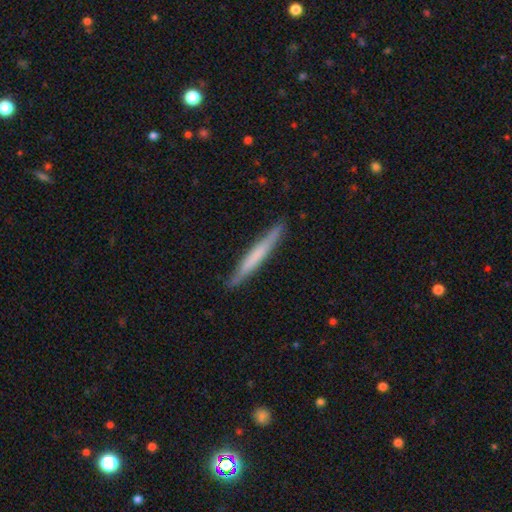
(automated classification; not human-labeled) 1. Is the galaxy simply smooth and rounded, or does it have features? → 55% smooth, 40% featured or disk, 5% star or artifact.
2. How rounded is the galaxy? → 97% cigar-shaped, 2% in between, 1% round.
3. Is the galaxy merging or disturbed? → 89% none, 8% minor disturbance, 1% major disturbance, 1% merger.